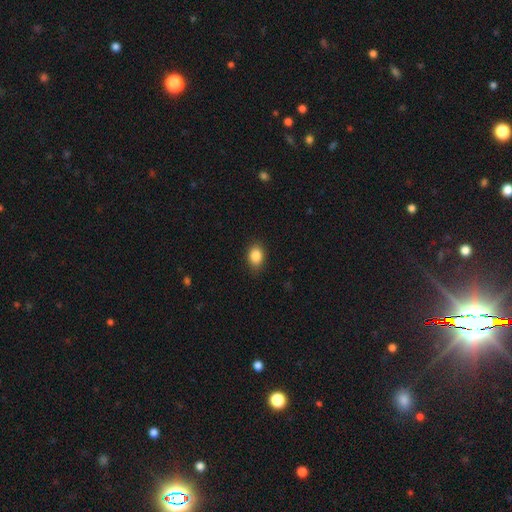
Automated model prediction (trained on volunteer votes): A smooth galaxy with no disk features (87%) that is in between round and cigar-shaped (69%).

Vote fractions:
- Smooth or featured? smooth: 87% / star or artifact: 9% / featured or disk: 5%
- How rounded? in between: 69% / round: 30% / cigar-shaped: 1%
- Merging? none: 84% / minor disturbance: 12% / major disturbance: 3% / merger: 1%